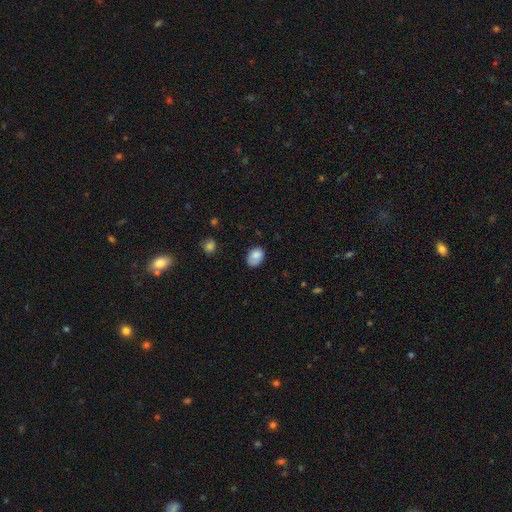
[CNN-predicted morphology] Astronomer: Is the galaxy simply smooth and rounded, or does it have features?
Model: smooth — 82%.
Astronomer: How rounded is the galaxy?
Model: in between — 76%.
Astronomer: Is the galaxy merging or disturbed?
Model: none — 64%.